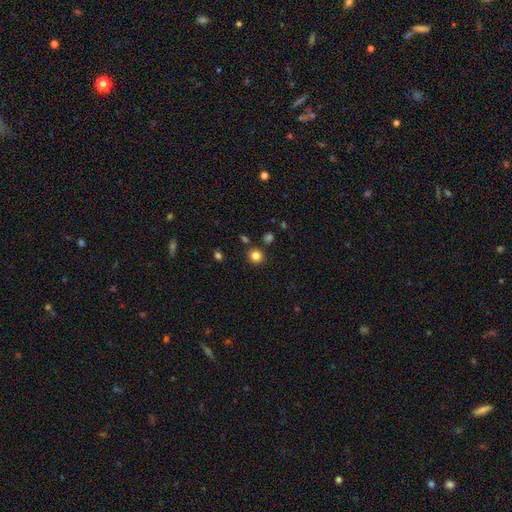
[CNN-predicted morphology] Smooth or featured?
  - smooth: 82% *
  - star or artifact: 13%
  - featured or disk: 5%
How rounded?
  - round: 91% *
  - in between: 8%
  - cigar-shaped: 1%
Merging?
  - none: 86% *
  - minor disturbance: 7%
  - merger: 5%
  - major disturbance: 2%